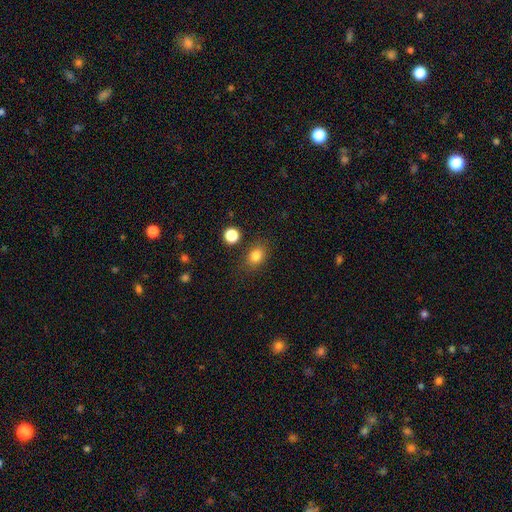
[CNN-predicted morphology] Smooth or featured?
  - smooth: 82% *
  - star or artifact: 11%
  - featured or disk: 7%
How rounded?
  - in between: 58% *
  - round: 40%
  - cigar-shaped: 2%
Merging?
  - none: 80% *
  - minor disturbance: 12%
  - merger: 4%
  - major disturbance: 4%